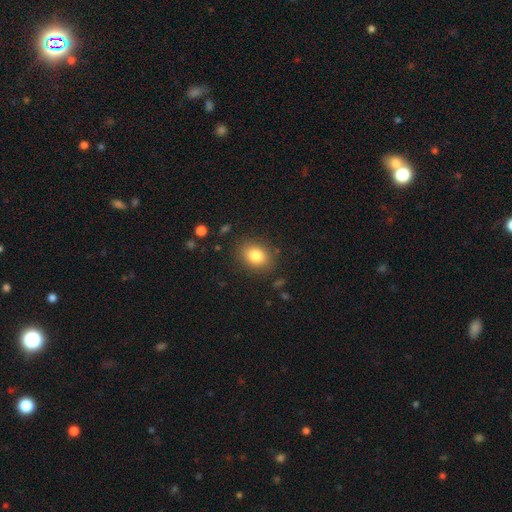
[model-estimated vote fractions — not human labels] A smooth galaxy with no disk features (82%) that is in between round and cigar-shaped (51%).

Vote fractions:
- Smooth or featured? smooth: 82% / star or artifact: 10% / featured or disk: 8%
- How rounded? in between: 51% / round: 48% / cigar-shaped: 1%
- Merging? none: 85% / minor disturbance: 10% / major disturbance: 3% / merger: 2%